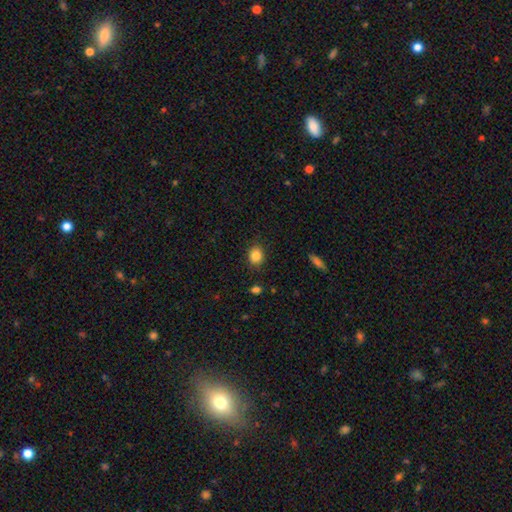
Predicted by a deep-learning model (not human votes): A smooth galaxy with no disk features (84%) that is round (63%). Merging: none (86%).